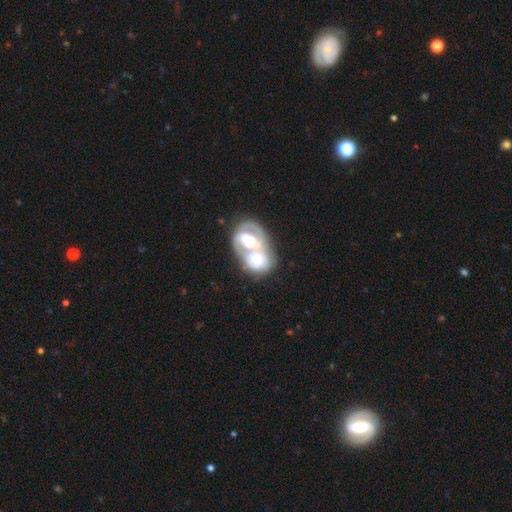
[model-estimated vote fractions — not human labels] This is likely a featured or disk galaxy (67%). It is clearly not viewed edge-on (97%). Bar: likely no (62%). Spiral arm pattern: likely yes (62%). Central bulge: likely moderate (65%). Merging: likely merger (80%).